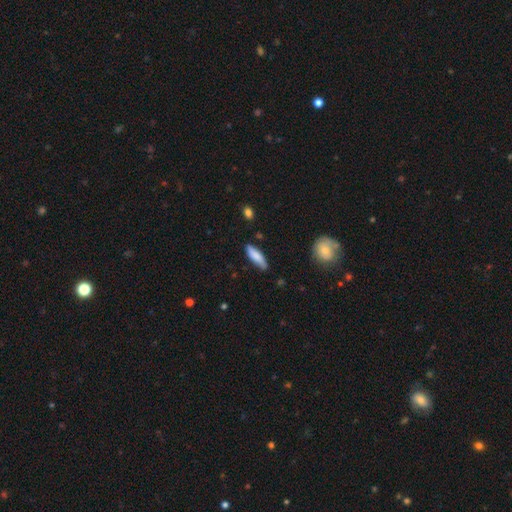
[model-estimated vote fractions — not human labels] Q: Smooth or featured?
A: smooth (80%); runner-up: featured or disk (14%)
Q: How rounded?
A: cigar-shaped (58%); runner-up: in between (40%)
Q: Merging?
A: none (77%); runner-up: minor disturbance (18%)